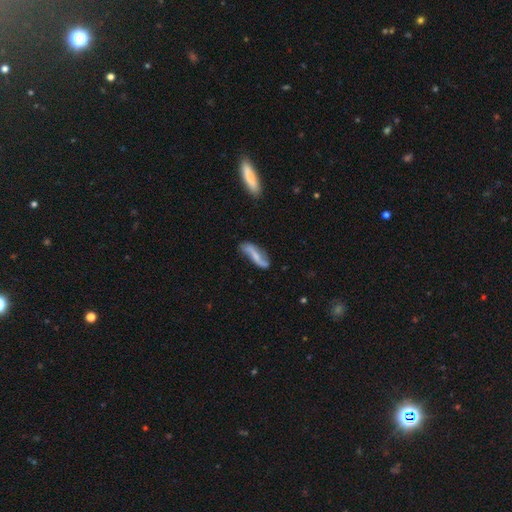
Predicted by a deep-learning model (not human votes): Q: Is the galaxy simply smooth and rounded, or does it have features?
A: featured or disk — 66%.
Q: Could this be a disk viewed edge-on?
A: no — 86%.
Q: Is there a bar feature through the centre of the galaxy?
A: no — 38%.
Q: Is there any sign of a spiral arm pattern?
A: yes — 89%.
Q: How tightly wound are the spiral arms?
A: loose — 78%.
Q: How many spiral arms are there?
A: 2 — 90%.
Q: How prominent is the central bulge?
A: small — 44%.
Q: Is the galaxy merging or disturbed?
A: none — 66%.